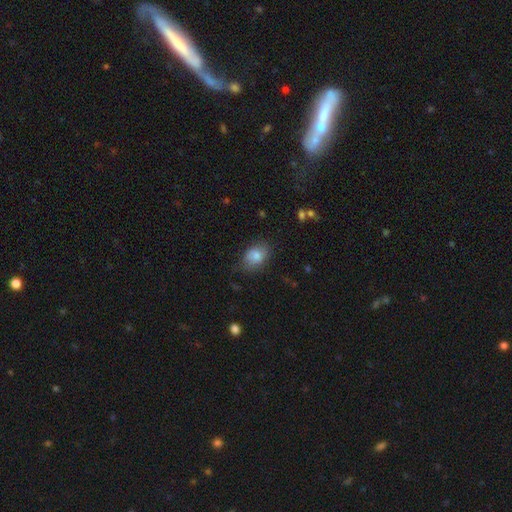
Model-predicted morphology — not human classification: type=smooth (79%); roundness=in between (79%); merging=none (69%).